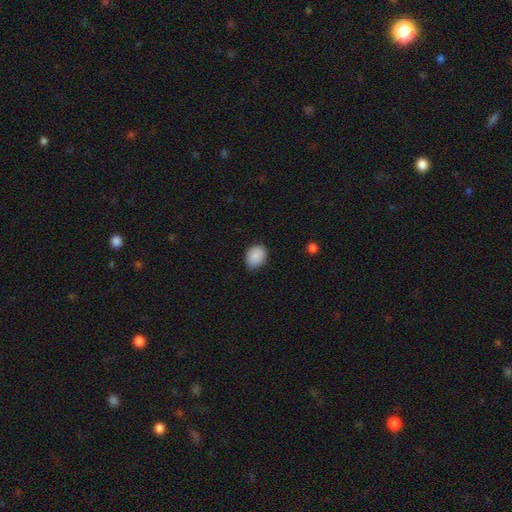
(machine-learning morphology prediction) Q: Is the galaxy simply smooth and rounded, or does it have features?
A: smooth — 89%.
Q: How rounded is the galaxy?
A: in between — 66%.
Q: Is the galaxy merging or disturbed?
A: none — 79%.